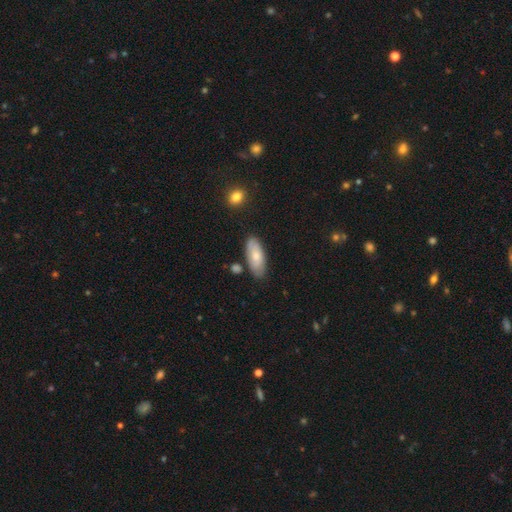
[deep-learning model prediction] Overall: smooth (76%). How rounded: in between (85%). Merging: none (76%).